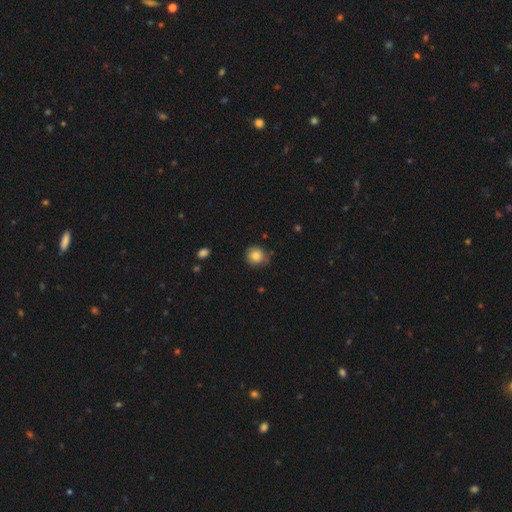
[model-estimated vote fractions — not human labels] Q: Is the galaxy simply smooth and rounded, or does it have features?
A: smooth — 81%.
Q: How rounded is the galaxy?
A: round — 90%.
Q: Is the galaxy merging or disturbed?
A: none — 74%.